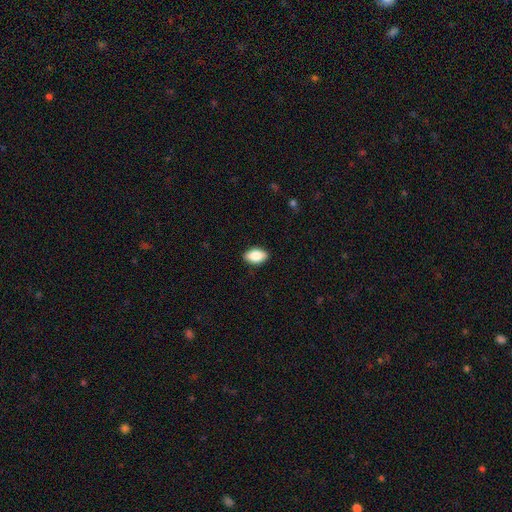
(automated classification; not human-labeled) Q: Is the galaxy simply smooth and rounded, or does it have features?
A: smooth — 84%.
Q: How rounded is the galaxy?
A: in between — 91%.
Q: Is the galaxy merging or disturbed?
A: none — 89%.